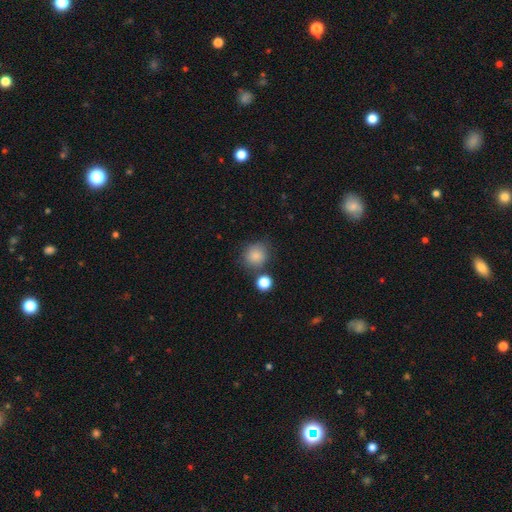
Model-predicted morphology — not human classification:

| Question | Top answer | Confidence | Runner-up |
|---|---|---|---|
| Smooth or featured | smooth | 84% | star or artifact (11%) |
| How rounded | round | 83% | in between (16%) |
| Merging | none | 73% | minor disturbance (14%) |